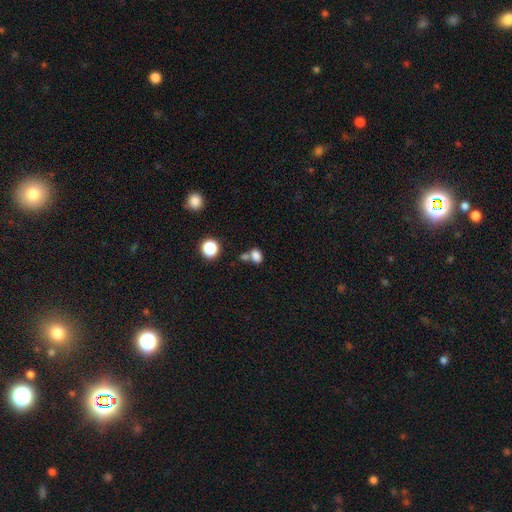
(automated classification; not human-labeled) This appears to be a smooth galaxy with no disk features (80%) that is in between round and cigar-shaped (71%). Merging: none (44%).